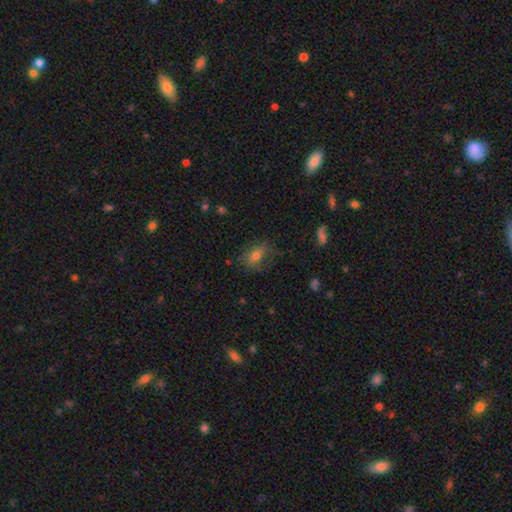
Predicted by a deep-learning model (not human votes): Q: Smooth or featured?
A: smooth (68%); runner-up: featured or disk (20%)
Q: How rounded?
A: in between (73%); runner-up: round (24%)
Q: Merging?
A: none (63%); runner-up: minor disturbance (23%)